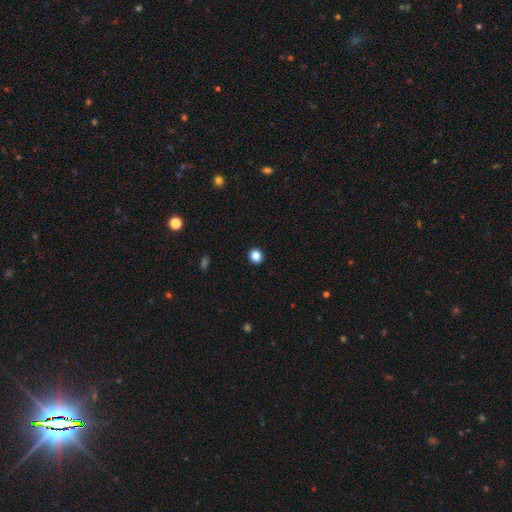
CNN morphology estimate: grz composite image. It shows a smooth galaxy with no disk features (86%) that is round (83%). Merging: none (93%).